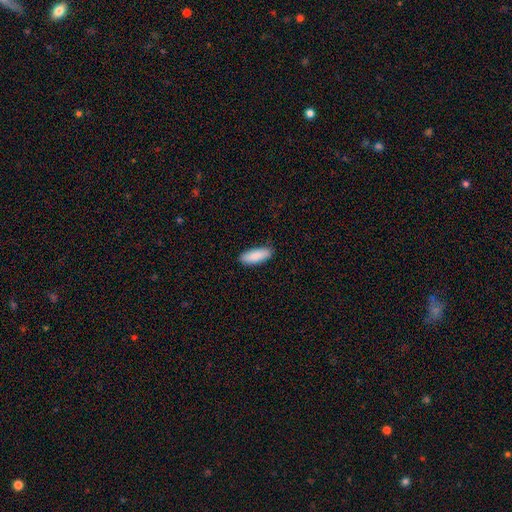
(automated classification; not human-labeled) smooth-or-featured: smooth: 89% | featured or disk: 6% | star or artifact: 5%
  how-rounded: in between: 73% | cigar-shaped: 25% | round: 2%
  merging: none: 86% | minor disturbance: 11% | major disturbance: 2% | merger: 1%